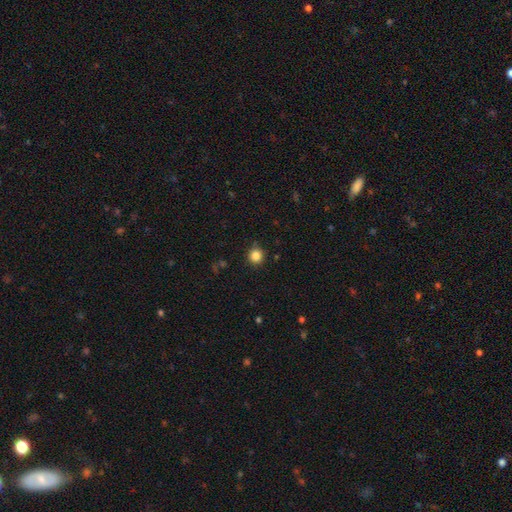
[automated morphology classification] Overall: smooth (85%). How rounded: round (93%). Merging: none (88%).